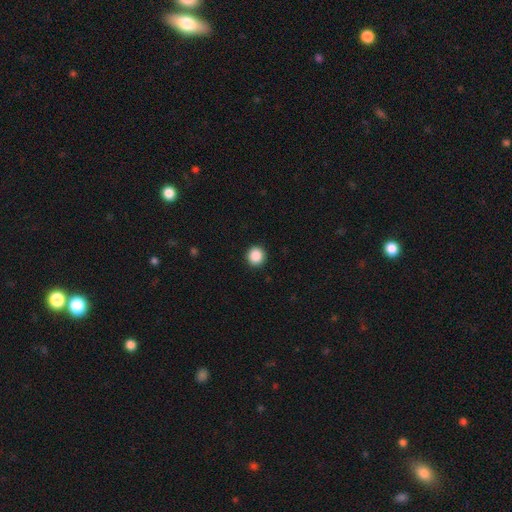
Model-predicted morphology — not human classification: The model was most divided on "smooth or featured": smooth: 89%, star or artifact: 9%, featured or disk: 3%. More confident: how rounded — round (94%); merging — none (93%).